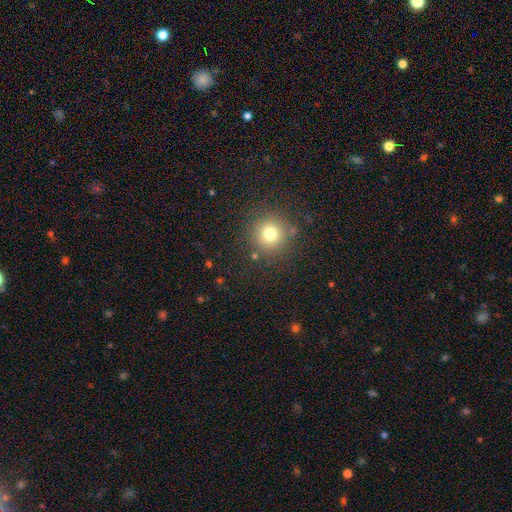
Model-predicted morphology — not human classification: type=smooth (72%); roundness=round (95%); merging=none (88%).